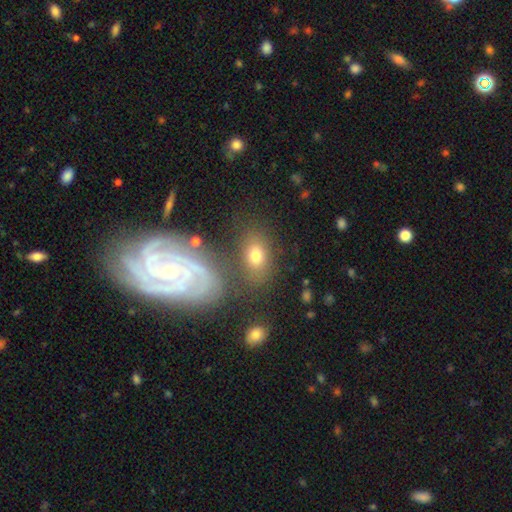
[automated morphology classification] Smooth or featured?
  - smooth: 66% *
  - featured or disk: 21%
  - star or artifact: 14%
How rounded?
  - in between: 73% *
  - round: 24%
  - cigar-shaped: 2%
Merging?
  - none: 68% *
  - minor disturbance: 14%
  - merger: 12%
  - major disturbance: 7%